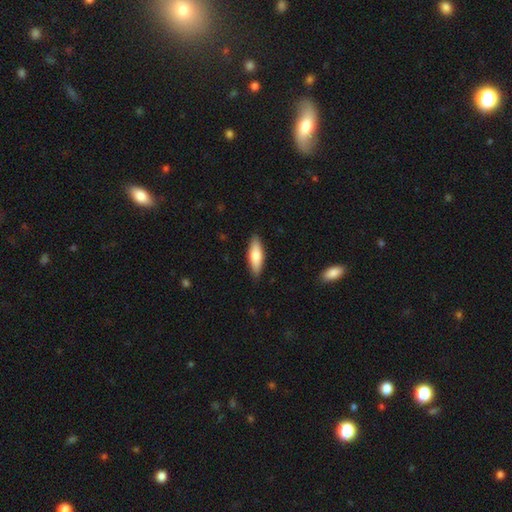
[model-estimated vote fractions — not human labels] Smooth or featured: smooth — 70% (featured or disk — 25%)
How rounded: in between — 50% (cigar-shaped — 48%)
Merging: none — 88% (minor disturbance — 9%)